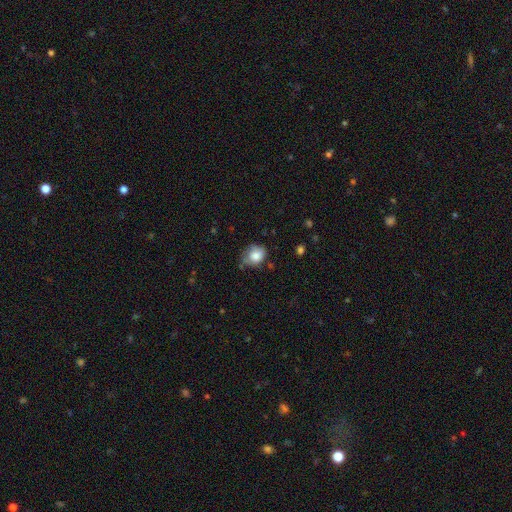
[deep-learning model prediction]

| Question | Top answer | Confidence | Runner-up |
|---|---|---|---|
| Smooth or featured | smooth | 80% | featured or disk (12%) |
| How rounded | round | 62% | in between (38%) |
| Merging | none | 55% | minor disturbance (32%) |